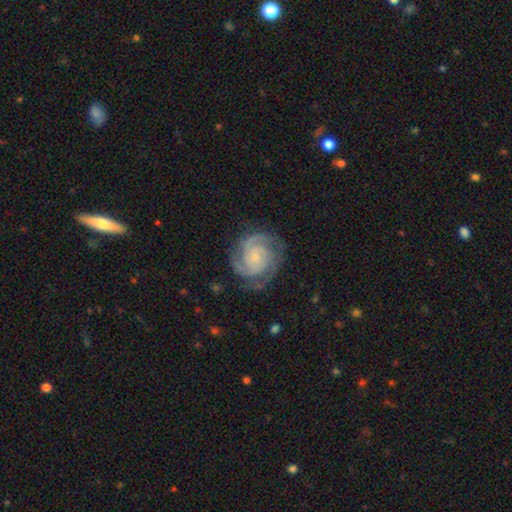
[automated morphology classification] smooth-or-featured: featured or disk: 91% | smooth: 5% | star or artifact: 4%
  disk-edge-on: no: 98% | yes: 2%
    bar: no: 72% | weak: 22% | strong: 6%
    has-spiral-arms: yes: 98% | no: 2%
      spiral-winding: tight: 69% | medium: 27% | loose: 3%
      spiral-arm-count: 3: 39% (tied) | 2: 39% (tied) | can't tell: 7% | 4: 6% | 1: 4% | more than 4: 4%
    bulge-size: small: 75% | moderate: 16% | none: 7% | large: 1% | dominant: 1%
  merging: none: 79% | minor disturbance: 15% | major disturbance: 5% | merger: 1%